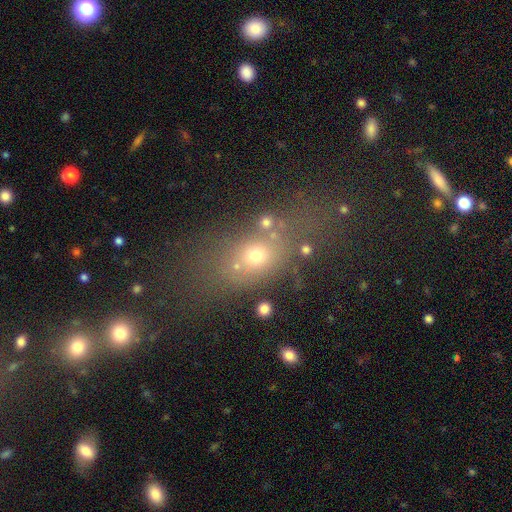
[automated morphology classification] Overall: smooth (59%; star or artifact 23%). How rounded: in between (61%; round 30%). Merging: none (59%).